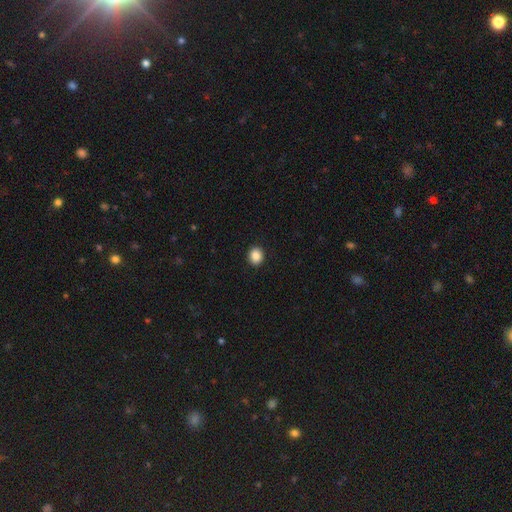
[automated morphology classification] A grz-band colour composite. It shows a smooth galaxy with no disk features (87%) that is round (77%). Merging: none (92%).